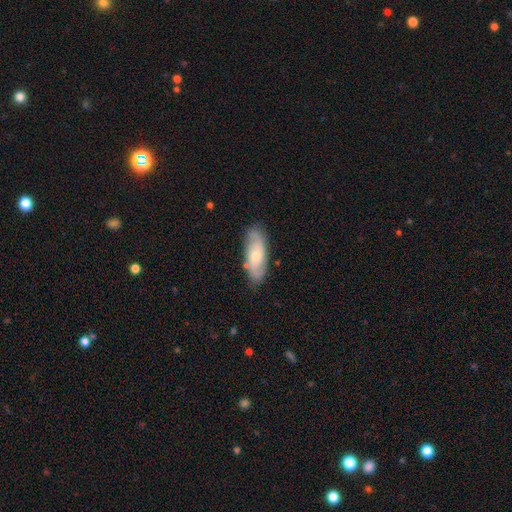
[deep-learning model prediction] A featured or disk galaxy (51%). Merging: none (80%).